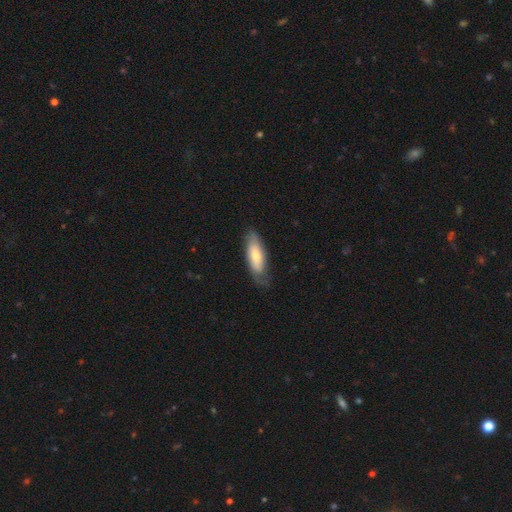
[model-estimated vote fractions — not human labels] Q: Smooth or featured?
A: smooth (62%); runner-up: featured or disk (32%)
Q: How rounded?
A: in between (62%); runner-up: cigar-shaped (36%)
Q: Merging?
A: none (67%); runner-up: minor disturbance (25%)